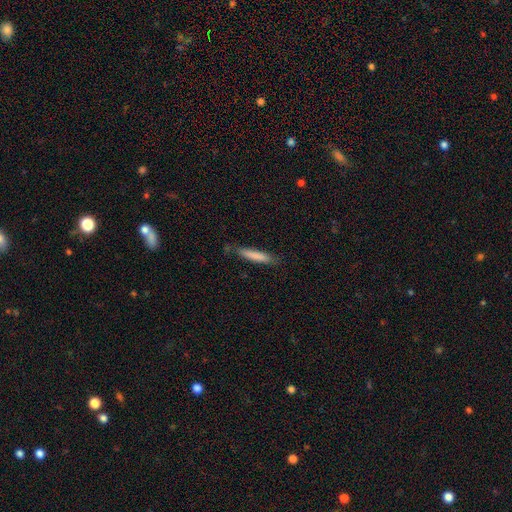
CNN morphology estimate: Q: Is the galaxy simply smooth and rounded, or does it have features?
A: smooth — 81%.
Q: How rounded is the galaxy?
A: cigar-shaped — 90%.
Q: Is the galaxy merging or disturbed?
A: none — 81%.